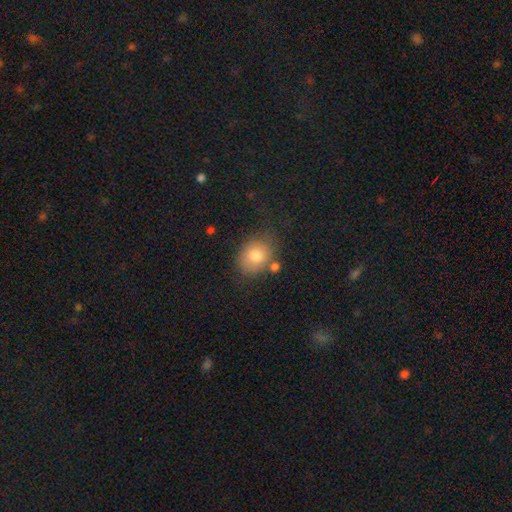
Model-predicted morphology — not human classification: This appears to be a smooth galaxy with no disk features (79%) that is in between round and cigar-shaped (51%). Merging: none (66%).